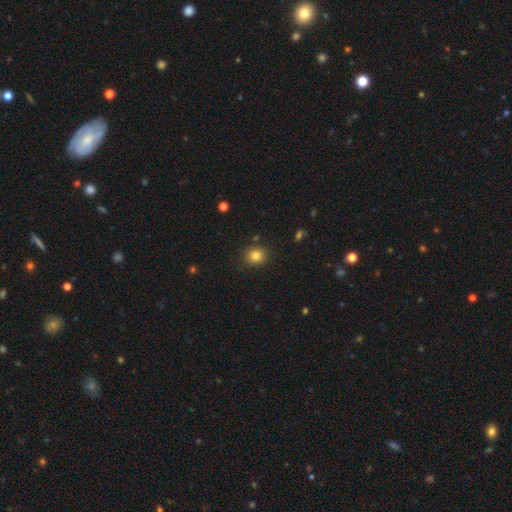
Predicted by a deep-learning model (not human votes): smooth_or_featured: smooth (p=0.81) [alt: star or artifact p=0.12]
how_rounded: round (p=0.77) [alt: in between p=0.22]
merging: none (p=0.87) [alt: minor disturbance p=0.08]